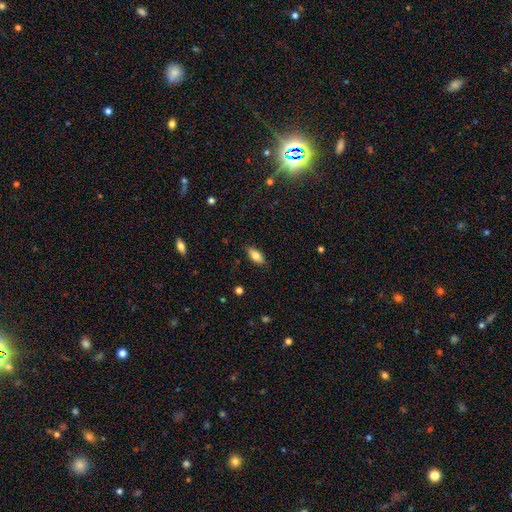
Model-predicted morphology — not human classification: The model was most divided on "smooth or featured": smooth: 81%, featured or disk: 11%, star or artifact: 8%. More confident: how rounded — in between (87%); merging — none (87%).